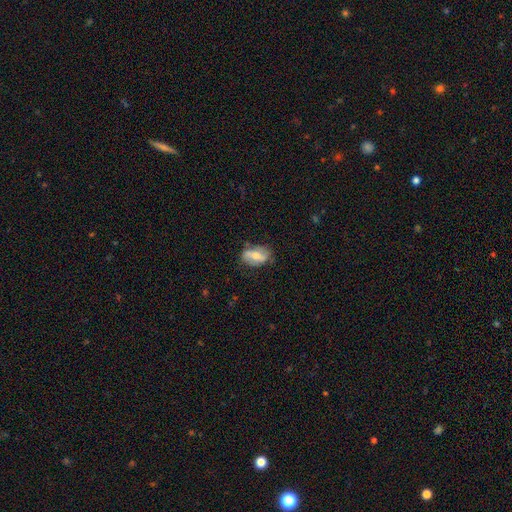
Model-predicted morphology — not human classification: A featured or disk galaxy (48%). Merging: none (69%).